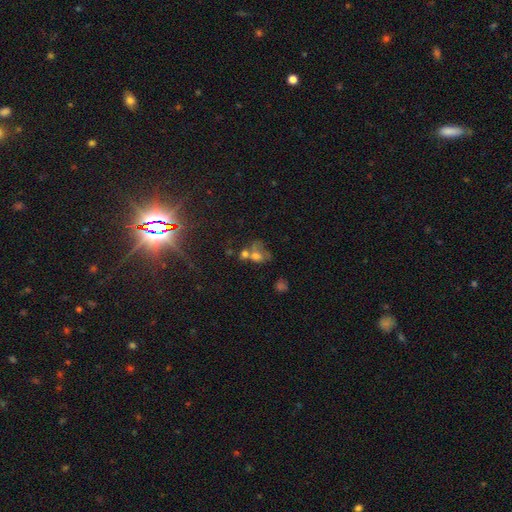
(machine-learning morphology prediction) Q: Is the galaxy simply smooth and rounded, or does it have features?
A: smooth — 58%.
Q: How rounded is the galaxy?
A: in between — 57%.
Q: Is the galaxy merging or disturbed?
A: merger — 52%.